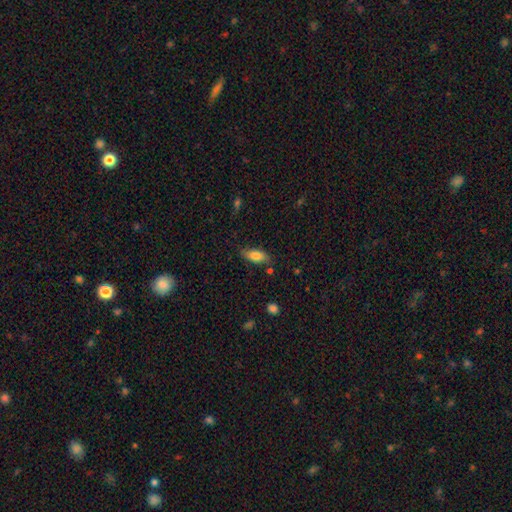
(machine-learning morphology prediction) This appears to be a smooth galaxy with no disk features (79%) that is in between round and cigar-shaped (80%). Merging: none (77%).